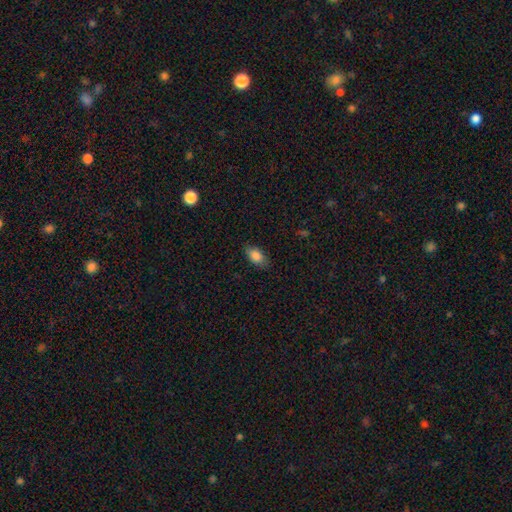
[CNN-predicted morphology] Smooth or featured? smooth (85%)
How rounded? in between (90%)
Merging? none (82%)